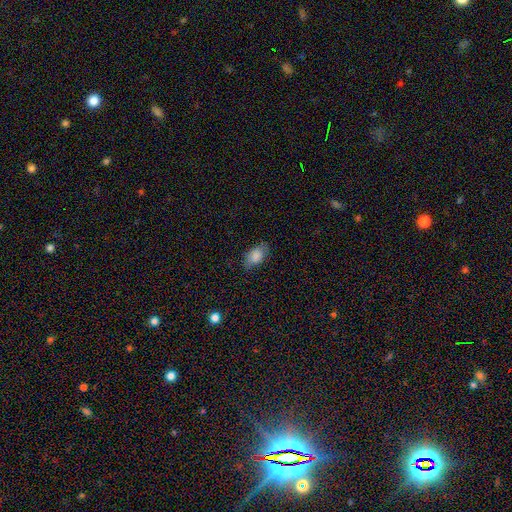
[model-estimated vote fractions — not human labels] Smooth or featured?
  - smooth: 82% *
  - featured or disk: 10%
  - star or artifact: 8%
How rounded?
  - in between: 90% *
  - round: 7%
  - cigar-shaped: 3%
Merging?
  - none: 71% *
  - minor disturbance: 22%
  - major disturbance: 6%
  - merger: 1%